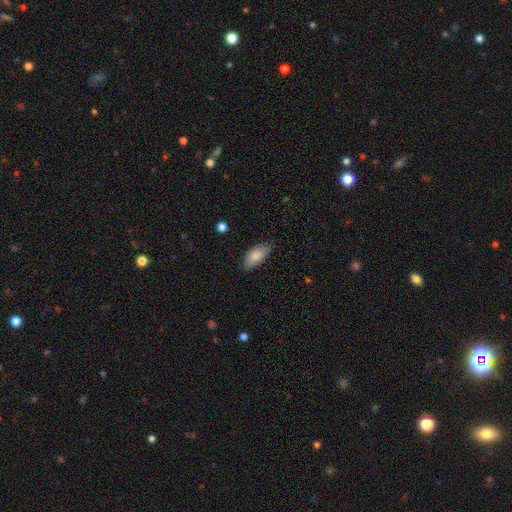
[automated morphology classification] This appears to be a smooth galaxy with no disk features (86%) that is in between round and cigar-shaped (91%). Merging: none (81%).